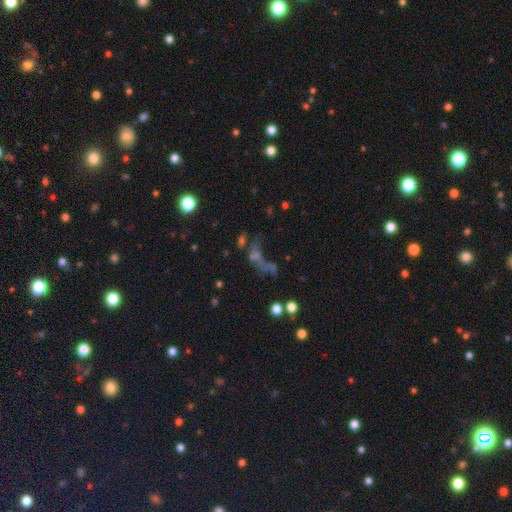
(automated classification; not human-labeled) Q: Smooth or featured?
A: star or artifact (38%); runner-up: smooth (33%)